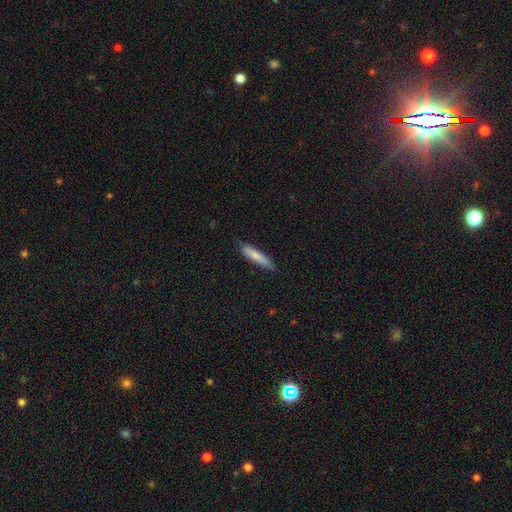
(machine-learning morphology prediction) type=smooth (74%); roundness=cigar-shaped (83%); merging=none (78%).